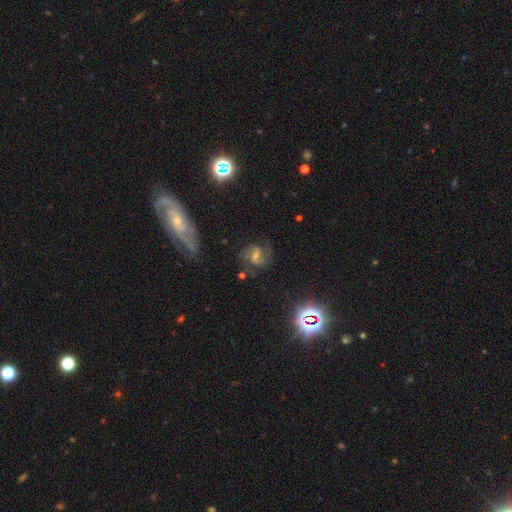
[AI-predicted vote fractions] smooth-or-featured: featured or disk: 76% | smooth: 13% | star or artifact: 11%
  disk-edge-on: no: 97% | yes: 3%
    bar: weak: 52% | strong: 30% | no: 18%
    has-spiral-arms: yes: 94% | no: 6%
      spiral-winding: medium: 53% | loose: 25% | tight: 22%
      spiral-arm-count: 2: 85% | can't tell: 7% | 1: 3% | 3: 2% | 4: 1% | more than 4: 1%
    bulge-size: small: 48% | moderate: 34% | none: 13% | large: 4% | dominant: 1%
  merging: none: 69% | minor disturbance: 17% | major disturbance: 11% | merger: 3%